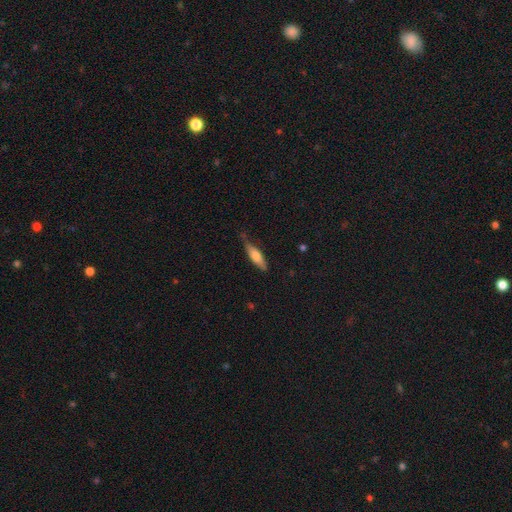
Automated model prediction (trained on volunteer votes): smooth-or-featured: smooth: 64% | featured or disk: 30% | star or artifact: 6%
  how-rounded: cigar-shaped: 64% | in between: 34% | round: 2%
  merging: none: 66% | minor disturbance: 26% | major disturbance: 6% | merger: 3%